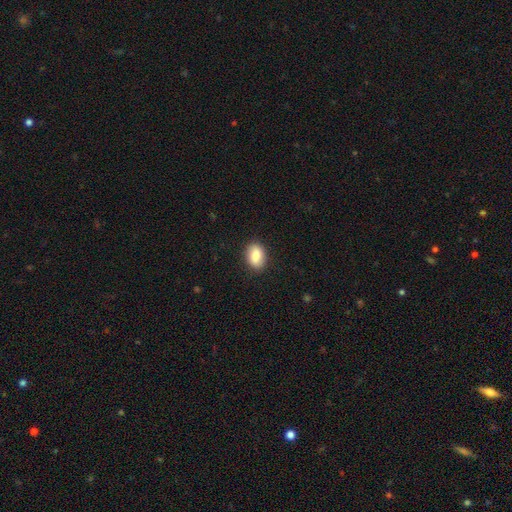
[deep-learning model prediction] A smooth galaxy with no disk features (85%) that is in between round and cigar-shaped (82%). Merging: none (87%).